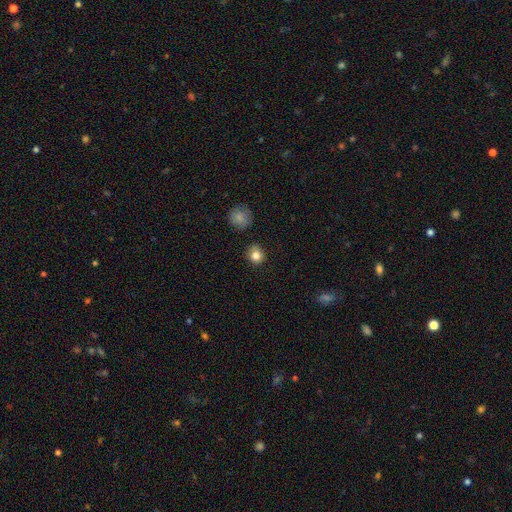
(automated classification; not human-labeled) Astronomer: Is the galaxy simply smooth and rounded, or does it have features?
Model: smooth — 82%.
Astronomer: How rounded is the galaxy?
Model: round — 87%.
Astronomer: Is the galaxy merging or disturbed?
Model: none — 85%.